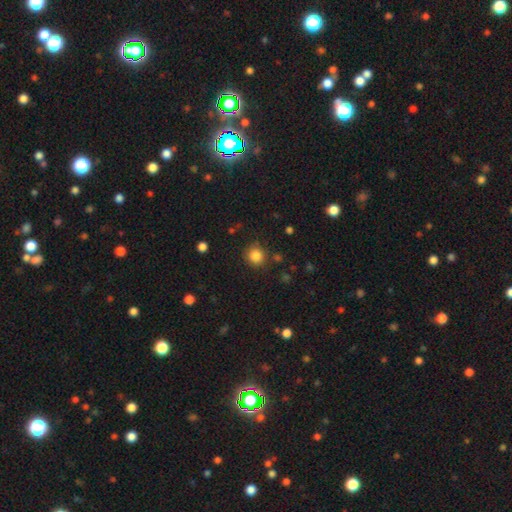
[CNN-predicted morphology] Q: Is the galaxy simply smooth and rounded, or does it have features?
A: smooth — 84%.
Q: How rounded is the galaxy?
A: round — 90%.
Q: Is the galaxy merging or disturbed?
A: none — 84%.